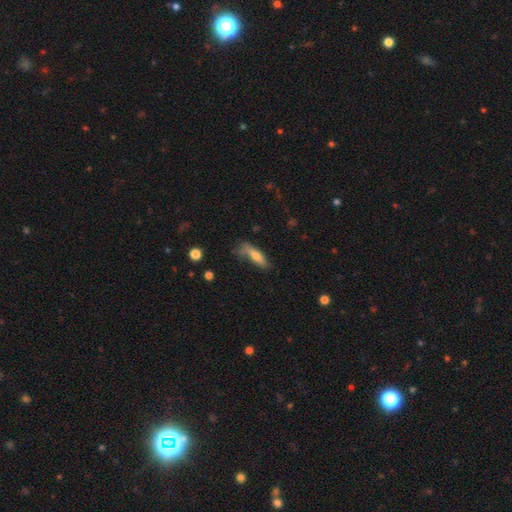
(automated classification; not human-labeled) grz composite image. It shows a smooth galaxy with no disk features (67%) that is cigar-shaped (62%). Merging: none (54%).